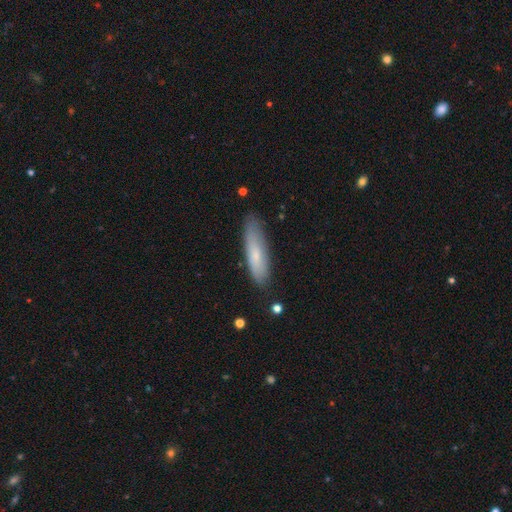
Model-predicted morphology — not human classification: A smooth galaxy with no disk features (68%) that is cigar-shaped (68%).

Vote fractions:
- Smooth or featured? smooth: 68% / featured or disk: 25% / star or artifact: 7%
- How rounded? cigar-shaped: 68% / in between: 30% / round: 1%
- Merging? none: 79% / minor disturbance: 16% / major disturbance: 3% / merger: 2%